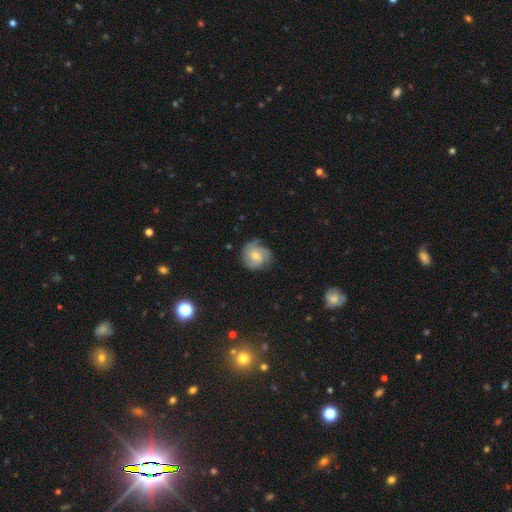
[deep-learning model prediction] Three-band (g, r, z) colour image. It shows a featured or disk galaxy (56%) with no bar (69%), spiral arms (88%) and a moderate central bulge (54%). Merging: none (69%).